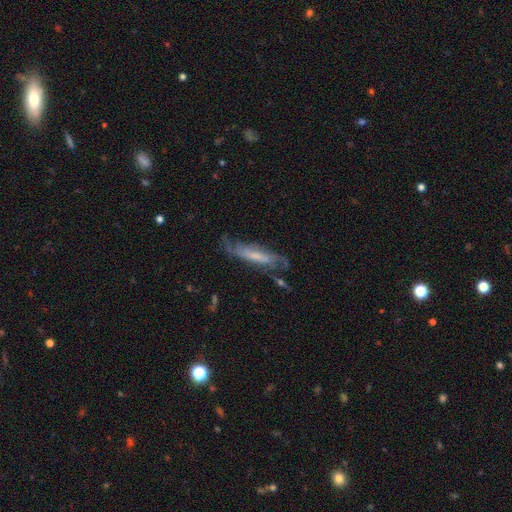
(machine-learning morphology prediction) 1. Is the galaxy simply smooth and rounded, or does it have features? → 68% featured or disk, 24% smooth, 7% star or artifact.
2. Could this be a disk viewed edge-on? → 65% no, 35% yes.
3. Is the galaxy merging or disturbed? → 56% none, 24% minor disturbance, 16% major disturbance, 4% merger.